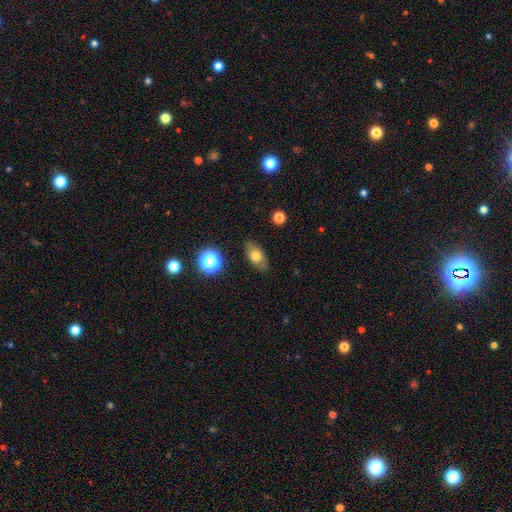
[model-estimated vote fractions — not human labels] Morphology: type=smooth (69%); roundness=in between (82%); merging=none (83%).